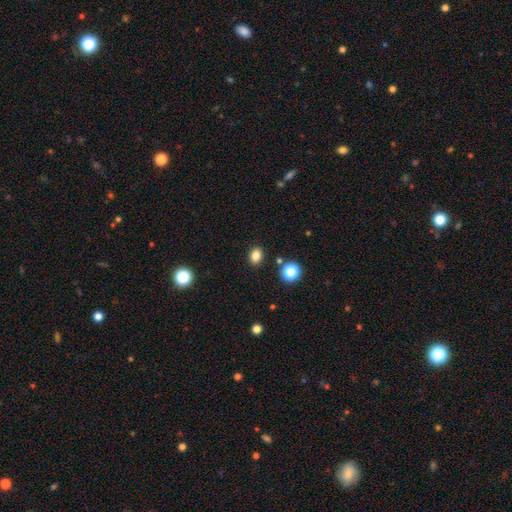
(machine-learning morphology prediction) smooth-or-featured: smooth: 82% | star or artifact: 13% | featured or disk: 5%
  how-rounded: in between: 60% | round: 39% | cigar-shaped: 1%
  merging: none: 88% | minor disturbance: 8% | merger: 2% | major disturbance: 2%